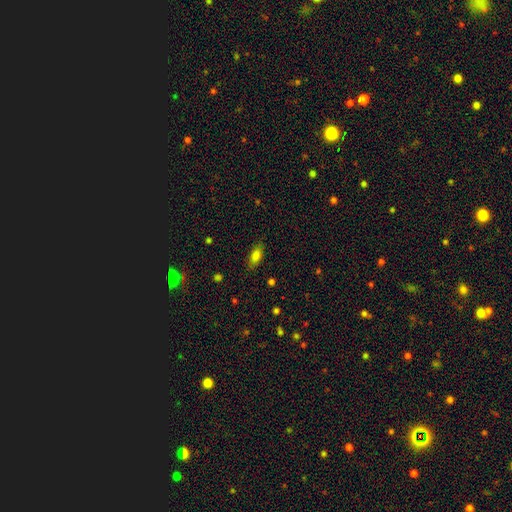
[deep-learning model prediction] Overall: smooth (80%). How rounded: in between (83%). Merging: none (82%).